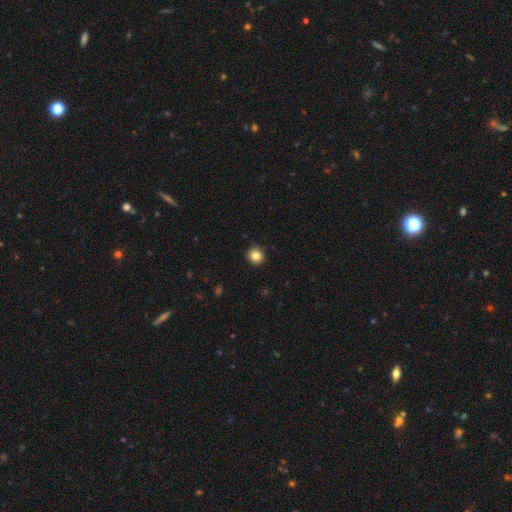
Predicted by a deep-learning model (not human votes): Smooth or featured? smooth (84%)
How rounded? round (86%)
Merging? none (86%)